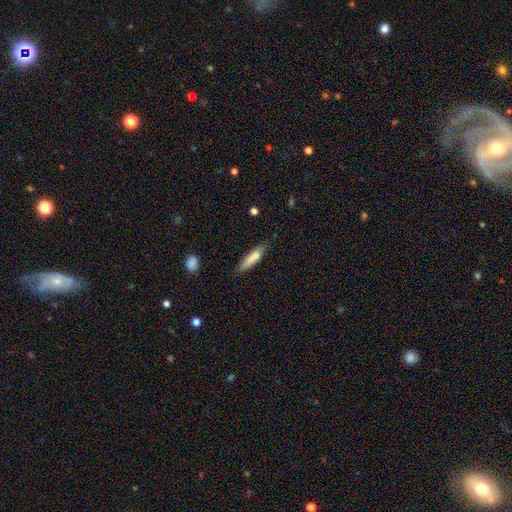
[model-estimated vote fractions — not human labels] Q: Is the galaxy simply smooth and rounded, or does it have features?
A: smooth — 75%.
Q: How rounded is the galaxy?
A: cigar-shaped — 78%.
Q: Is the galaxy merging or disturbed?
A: none — 77%.